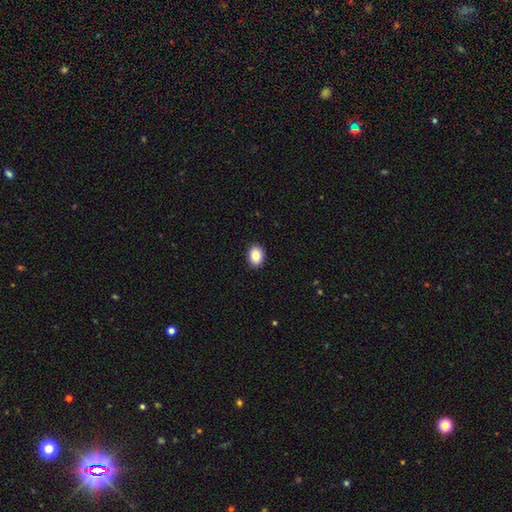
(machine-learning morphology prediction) The model was most divided on "how rounded": in between: 67%, round: 32%, cigar-shaped: 1%. More confident: merging — none (91%); smooth or featured — smooth (89%).